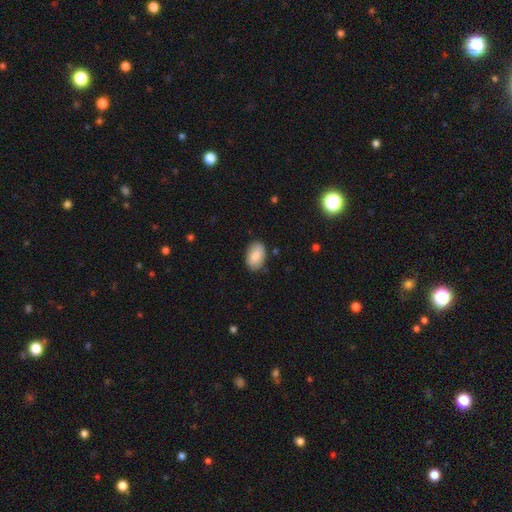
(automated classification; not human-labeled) This is clearly a smooth galaxy (85%). How rounded: clearly in between (92%). Merging: clearly none (84%).